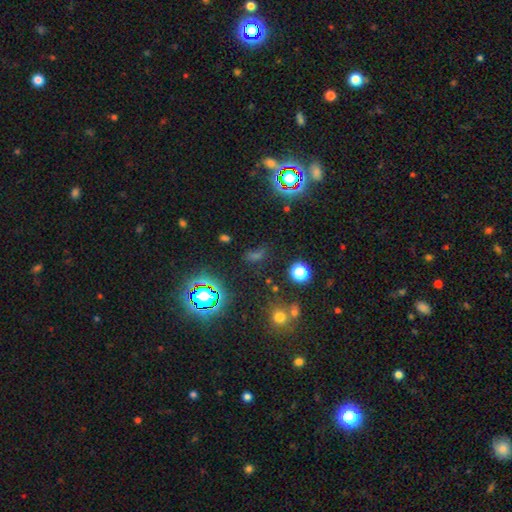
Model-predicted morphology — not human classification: A star or artifact, not a galaxy (52%).

Vote fractions:
- Smooth or featured? star or artifact: 52% / smooth: 38% / featured or disk: 10%